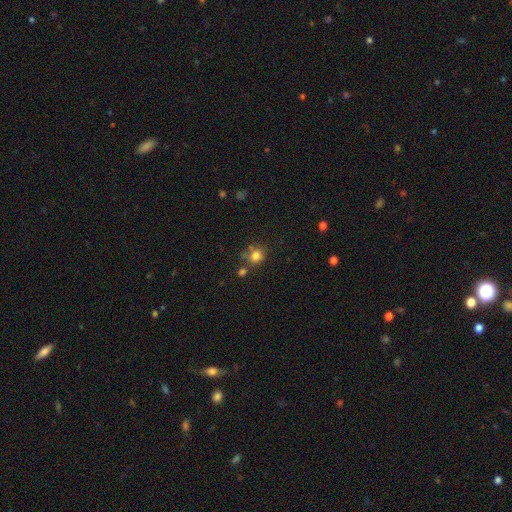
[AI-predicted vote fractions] The model was most divided on "merging": none: 61%, merger: 18%, minor disturbance: 15%, major disturbance: 6%. More confident: smooth or featured — smooth (77%); how rounded — round (73%).